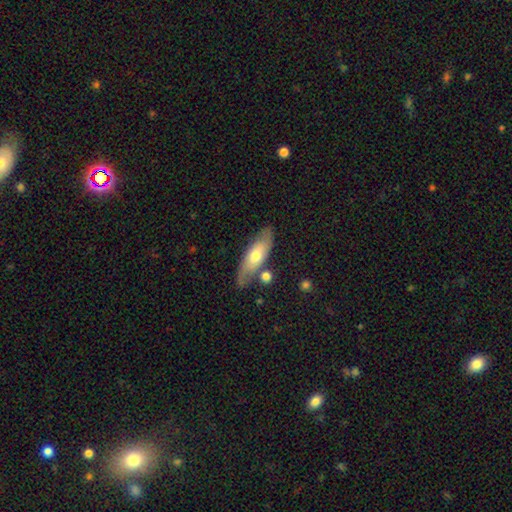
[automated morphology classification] Smooth or featured: smooth — 50% (featured or disk — 44%)
How rounded: in between — 62% (cigar-shaped — 35%)
Merging: none — 70% (minor disturbance — 16%)